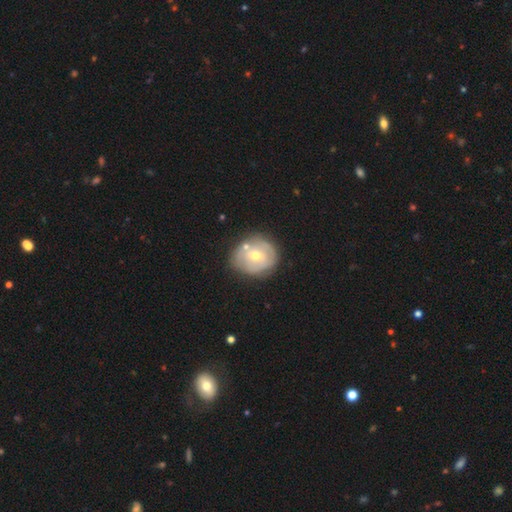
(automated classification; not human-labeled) smooth_or_featured: featured or disk (p=0.51) [alt: smooth p=0.42]
disk_edge_on: no (p=0.96) [alt: yes p=0.04]
merging: none (p=0.67) [alt: minor disturbance p=0.18]